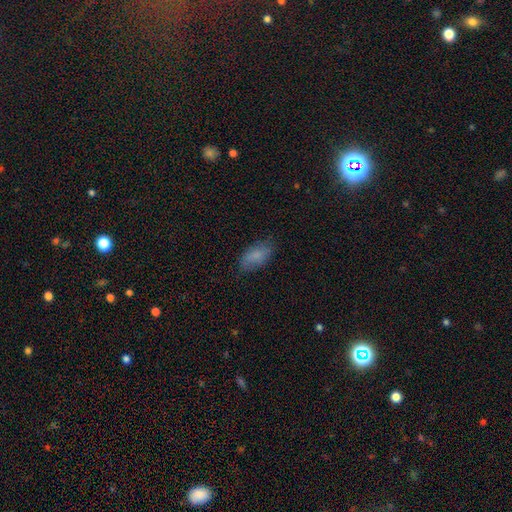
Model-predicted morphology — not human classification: Overall: smooth (80%). How rounded: in between (92%). Merging: none (76%).